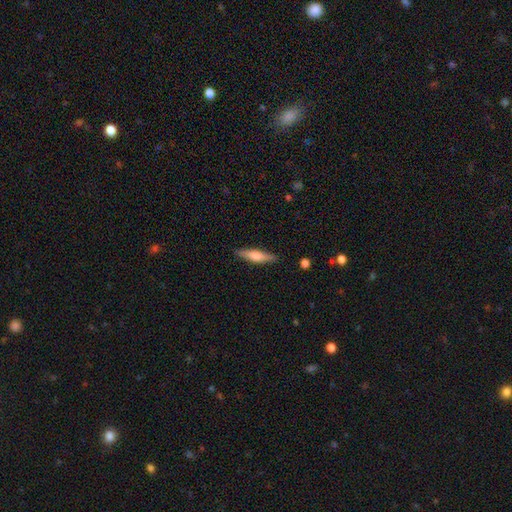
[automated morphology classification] This is possibly a smooth galaxy (55%). How rounded: likely cigar-shaped (75%). Merging: clearly none (88%).